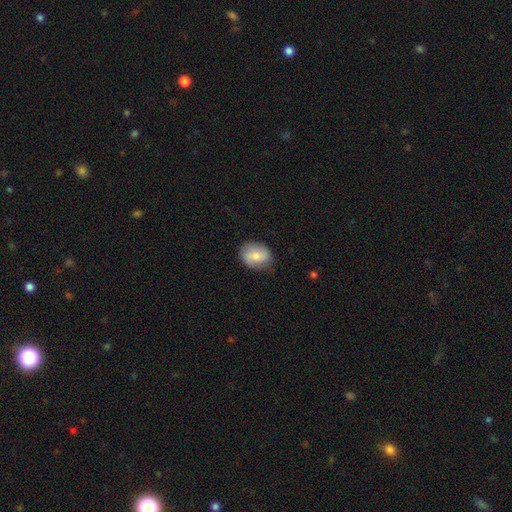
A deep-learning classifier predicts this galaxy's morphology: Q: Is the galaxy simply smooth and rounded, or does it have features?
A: smooth — 67%.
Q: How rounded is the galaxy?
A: in between — 53%.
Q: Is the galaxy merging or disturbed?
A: none — 75%.